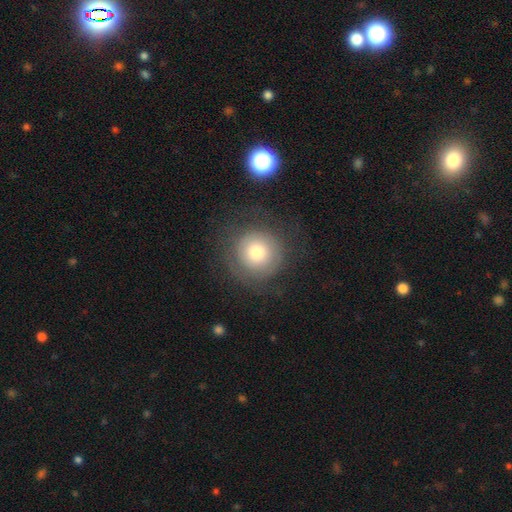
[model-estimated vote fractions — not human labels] A smooth galaxy with no disk features (53%) that is round (94%). Merging: none (84%).